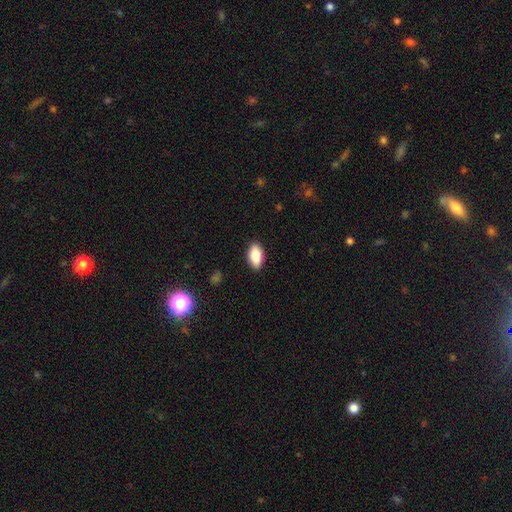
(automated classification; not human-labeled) This is clearly a smooth galaxy (84%). How rounded: clearly in between (92%). Merging: clearly none (89%).